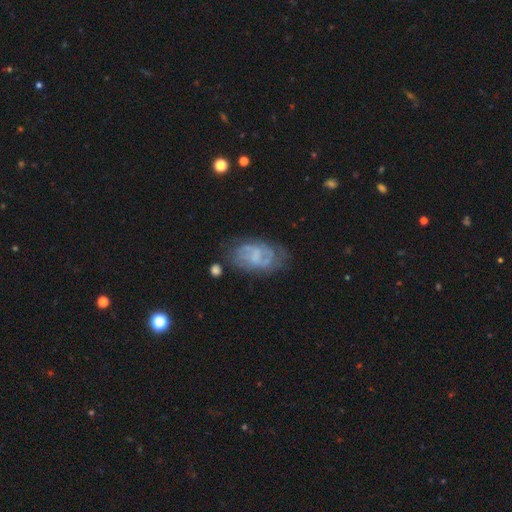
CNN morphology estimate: smooth_or_featured: featured or disk (p=0.64) [alt: smooth p=0.27]
disk_edge_on: no (p=0.96) [alt: yes p=0.04]
bar: no (p=0.50) [alt: weak p=0.40]
has_spiral_arms: yes (p=0.69) [alt: no p=0.31]
bulge_size: none (p=0.54) [alt: small p=0.25]
merging: none (p=0.59) [alt: minor disturbance p=0.24]